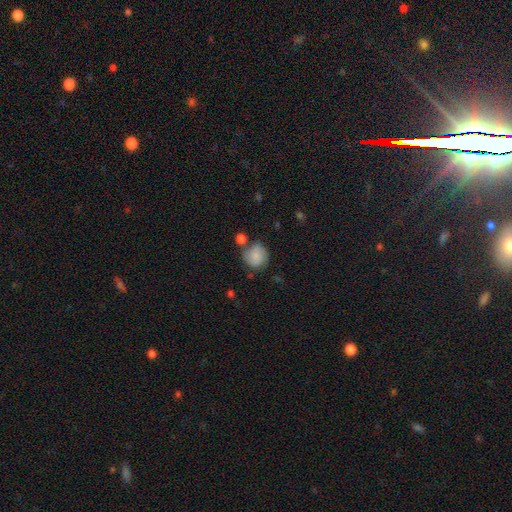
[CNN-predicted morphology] Smooth or featured?
  - smooth: 73% *
  - featured or disk: 18%
  - star or artifact: 8%
How rounded?
  - round: 80% *
  - in between: 19%
  - cigar-shaped: 1%
Merging?
  - none: 59% *
  - minor disturbance: 19%
  - merger: 15%
  - major disturbance: 7%